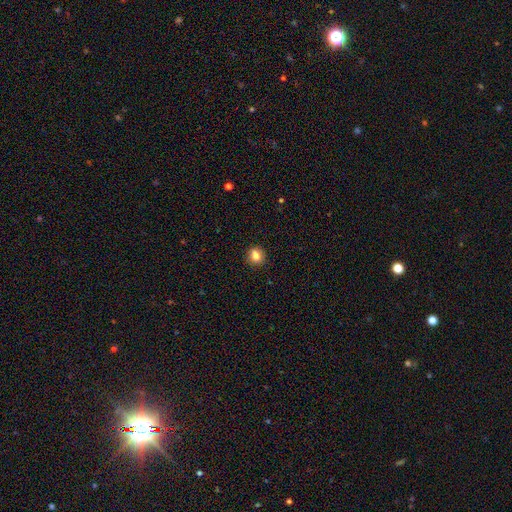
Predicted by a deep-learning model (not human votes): Morphology: type=smooth (81%); roundness=round (82%); merging=none (87%).